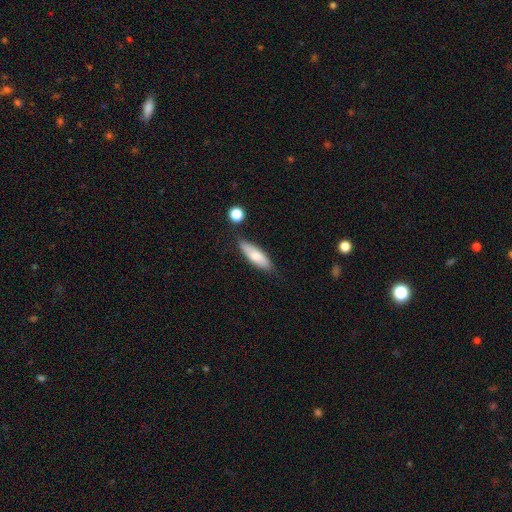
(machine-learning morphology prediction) Smooth or featured?
  - smooth: 75% *
  - featured or disk: 19%
  - star or artifact: 6%
How rounded?
  - in between: 53% *
  - cigar-shaped: 45%
  - round: 2%
Merging?
  - none: 78% *
  - minor disturbance: 15%
  - merger: 4%
  - major disturbance: 3%